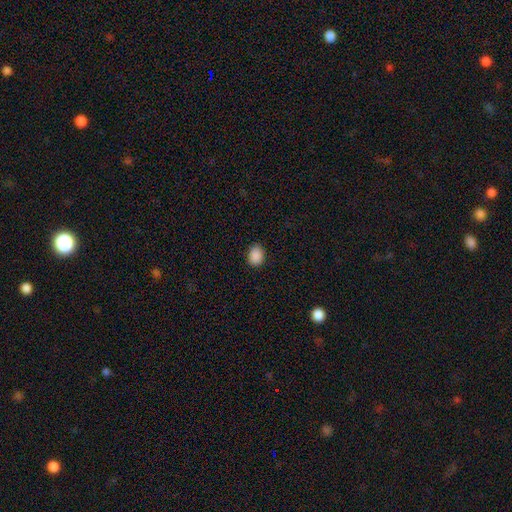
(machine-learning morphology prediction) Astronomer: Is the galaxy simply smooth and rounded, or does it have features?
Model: smooth — 89%.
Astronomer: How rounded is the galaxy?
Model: in between — 64%.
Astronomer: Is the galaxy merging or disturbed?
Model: none — 88%.